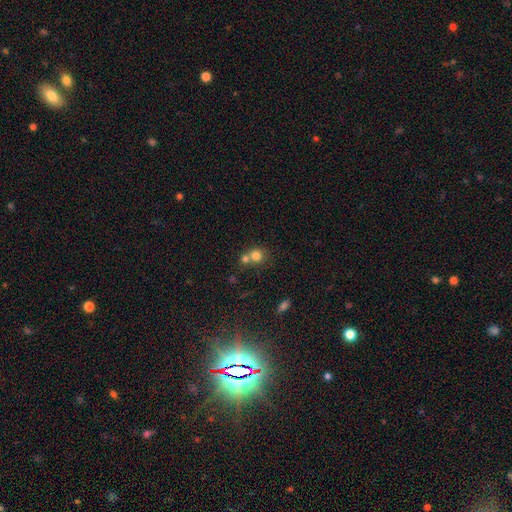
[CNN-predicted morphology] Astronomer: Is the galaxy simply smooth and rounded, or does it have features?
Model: smooth — 78%.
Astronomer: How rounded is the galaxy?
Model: round — 85%.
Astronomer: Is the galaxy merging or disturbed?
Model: merger — 49% (runner-up: none, 42%).